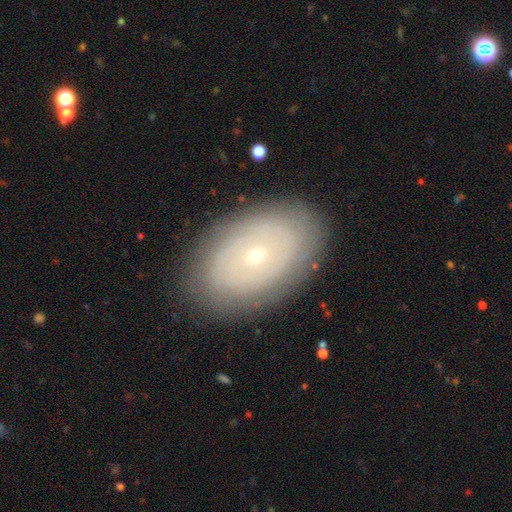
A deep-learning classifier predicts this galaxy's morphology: Overall: featured or disk (60%; smooth 32%). Edge-on disk: no (93%). Bar: no (85%). Spiral arms: yes (55%; no 45%). Bulge size: small (72%). Merging: none (84%).